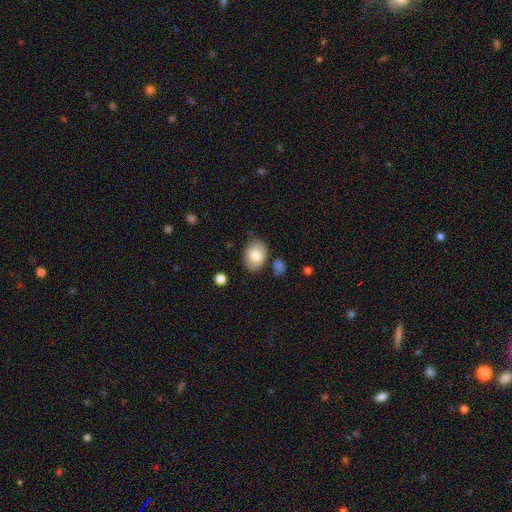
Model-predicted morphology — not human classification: Smooth or featured? smooth (80%)
How rounded? in between (74%)
Merging? none (75%)